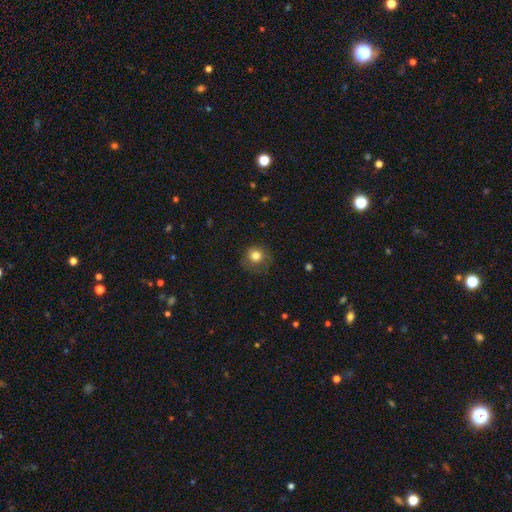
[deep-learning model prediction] Morphology: type=smooth (81%); roundness=round (86%); merging=none (72%).